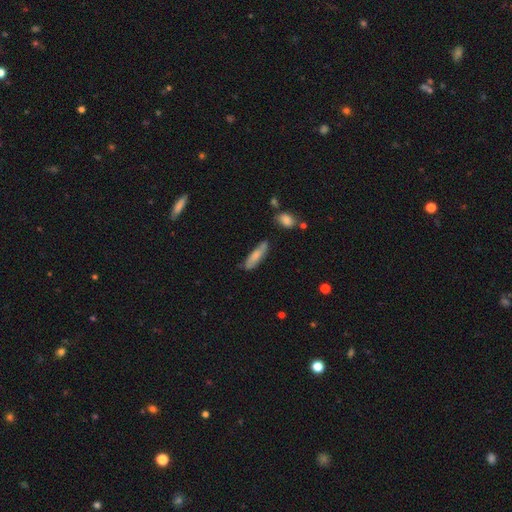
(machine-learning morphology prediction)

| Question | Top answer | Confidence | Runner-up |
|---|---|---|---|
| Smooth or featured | smooth | 72% | featured or disk (22%) |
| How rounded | cigar-shaped | 63% | in between (35%) |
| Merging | none | 67% | minor disturbance (23%) |